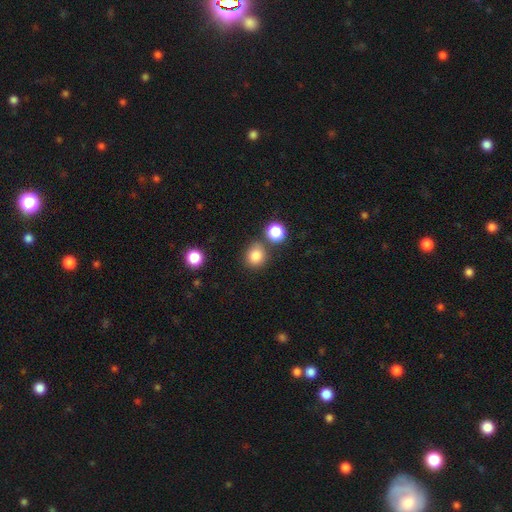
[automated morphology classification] Overall: smooth (83%). How rounded: round (83%). Merging: none (72%).